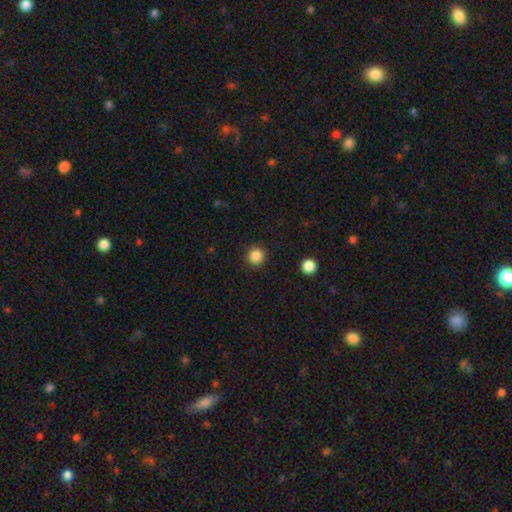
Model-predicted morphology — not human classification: Smooth or featured: smooth — 86% (star or artifact — 11%)
How rounded: round — 95% (in between — 4%)
Merging: none — 92% (minor disturbance — 5%)